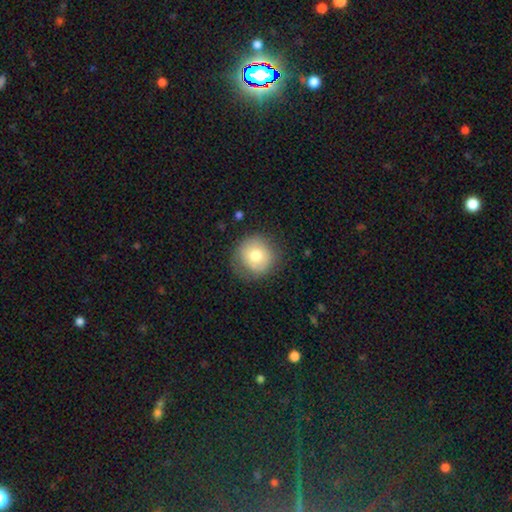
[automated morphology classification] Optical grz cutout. It shows a smooth galaxy with no disk features (72%) that is round (91%). Merging: none (74%).